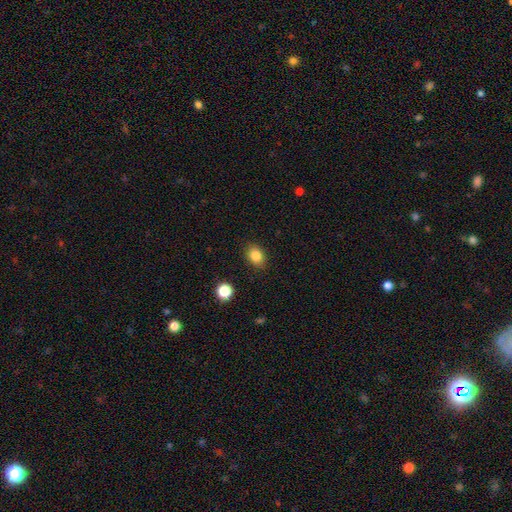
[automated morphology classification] Q: Smooth or featured?
A: smooth (84%); runner-up: star or artifact (10%)
Q: How rounded?
A: in between (65%); runner-up: round (34%)
Q: Merging?
A: none (87%); runner-up: minor disturbance (9%)